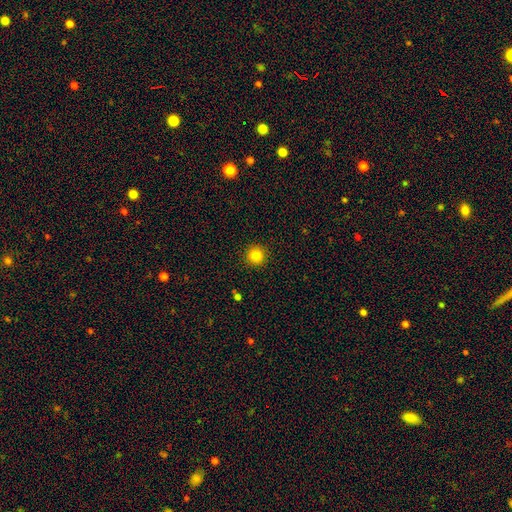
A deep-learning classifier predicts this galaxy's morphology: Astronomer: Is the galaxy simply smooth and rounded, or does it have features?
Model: smooth — 83%.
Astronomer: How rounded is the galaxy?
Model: round — 95%.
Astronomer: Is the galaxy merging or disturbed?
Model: none — 92%.